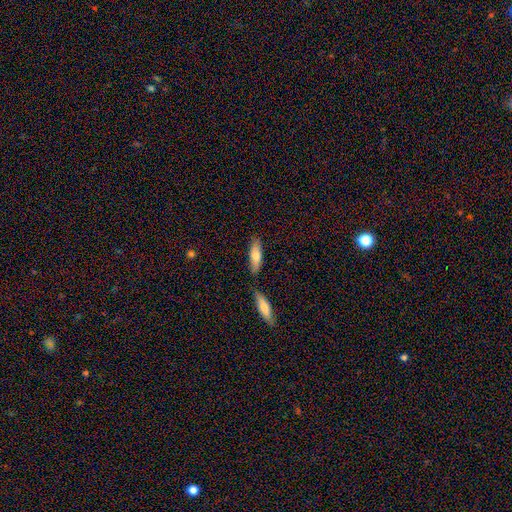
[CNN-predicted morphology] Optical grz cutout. It shows a smooth galaxy with no disk features (74%) that is in between round and cigar-shaped (52%). Merging: none (72%).